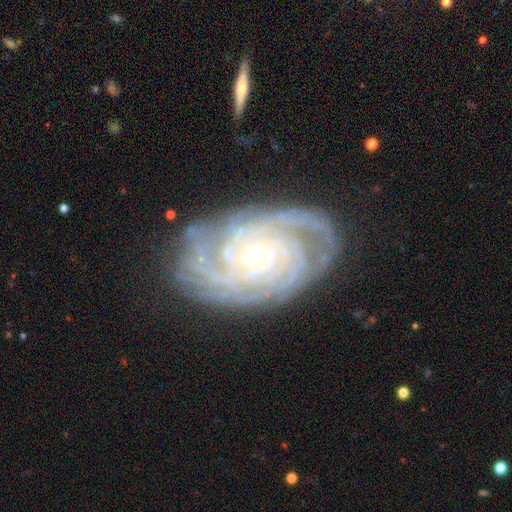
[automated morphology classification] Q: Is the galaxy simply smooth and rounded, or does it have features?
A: featured or disk — 90%.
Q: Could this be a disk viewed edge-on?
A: no — 97%.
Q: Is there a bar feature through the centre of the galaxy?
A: no — 57%.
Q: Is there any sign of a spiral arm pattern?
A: yes — 98%.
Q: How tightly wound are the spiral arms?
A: tight — 82%.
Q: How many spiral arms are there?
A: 4 — 28%.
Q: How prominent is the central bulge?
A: small — 75%.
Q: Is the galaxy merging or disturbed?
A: none — 79%.